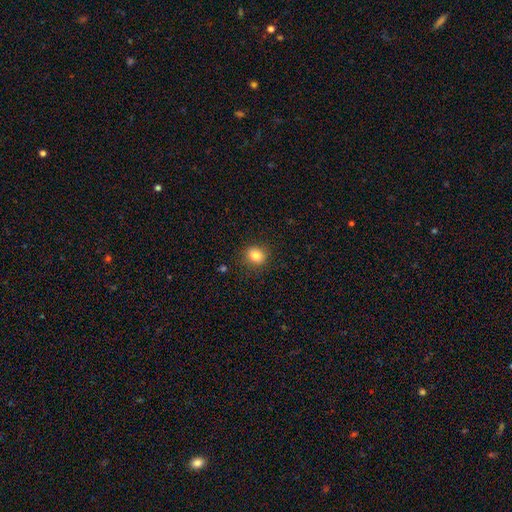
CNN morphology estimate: Smooth or featured: smooth — 83% (star or artifact — 11%)
How rounded: round — 71% (in between — 28%)
Merging: none — 87% (minor disturbance — 9%)